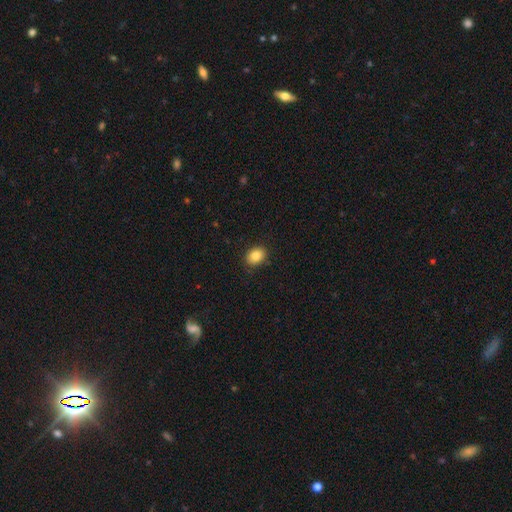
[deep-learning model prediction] Smooth or featured: smooth — 85% (star or artifact — 9%)
How rounded: in between — 63% (round — 36%)
Merging: none — 88% (minor disturbance — 9%)